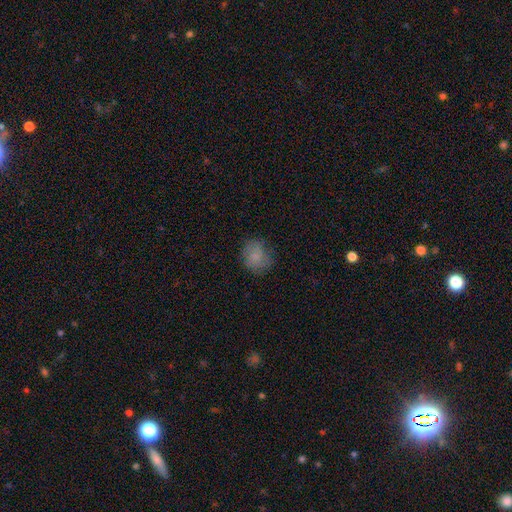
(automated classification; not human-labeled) Smooth or featured: smooth — 80% (featured or disk — 11%)
How rounded: round — 65% (in between — 34%)
Merging: none — 69% (minor disturbance — 22%)